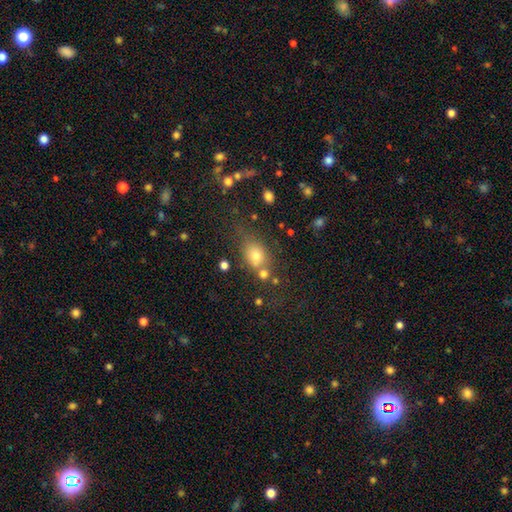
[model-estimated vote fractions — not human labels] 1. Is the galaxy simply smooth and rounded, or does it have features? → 70% smooth, 18% star or artifact, 12% featured or disk.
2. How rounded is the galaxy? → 54% in between, 43% round, 3% cigar-shaped.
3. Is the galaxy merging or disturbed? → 55% none, 18% minor disturbance, 17% merger, 9% major disturbance.